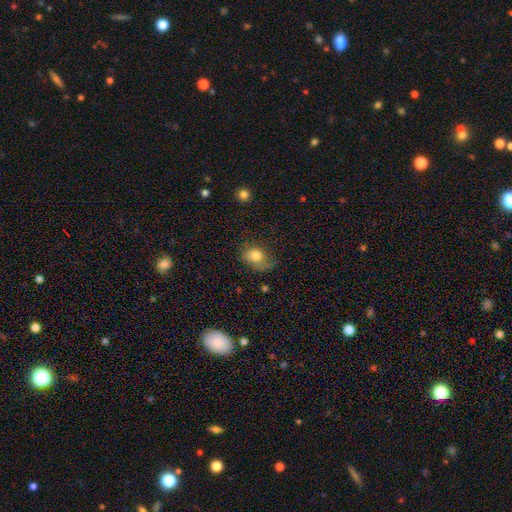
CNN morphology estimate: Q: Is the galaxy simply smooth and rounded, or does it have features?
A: smooth — 76%.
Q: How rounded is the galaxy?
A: in between — 60%.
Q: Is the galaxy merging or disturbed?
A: none — 45%.